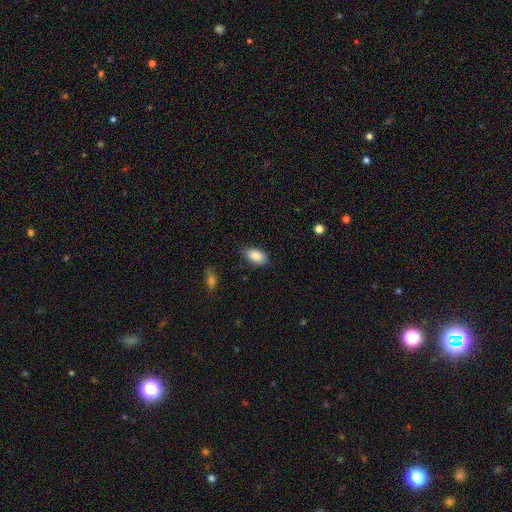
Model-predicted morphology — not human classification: smooth_or_featured: smooth (p=0.87) [alt: star or artifact p=0.07]
how_rounded: in between (p=0.93) [alt: round p=0.05]
merging: none (p=0.83) [alt: minor disturbance p=0.13]